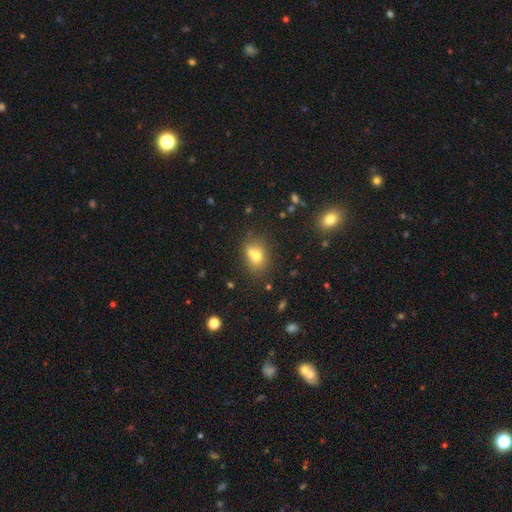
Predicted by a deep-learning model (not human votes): smooth 68%, featured or disk 18%, star or artifact 14%. Down the decision tree: how rounded — round (50%); merging — none (43%).